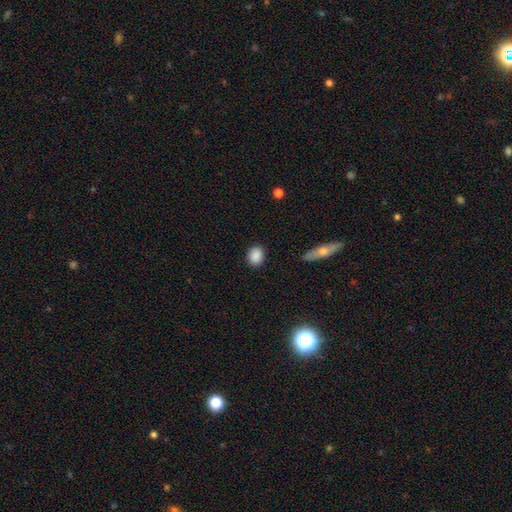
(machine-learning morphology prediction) This is clearly a smooth galaxy (89%). How rounded: possibly round (55%). Merging: clearly none (88%).